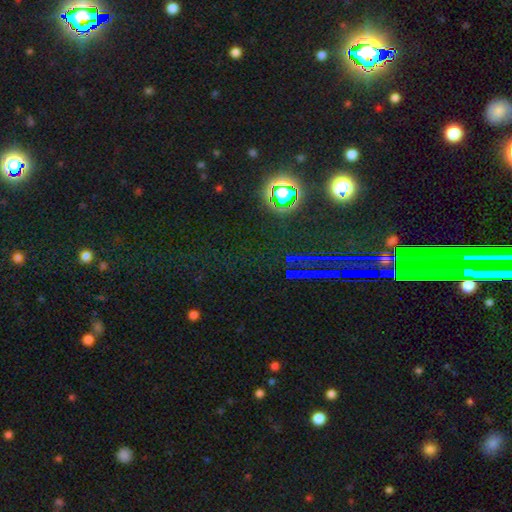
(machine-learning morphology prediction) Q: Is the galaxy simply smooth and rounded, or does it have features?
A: star or artifact — 74%.